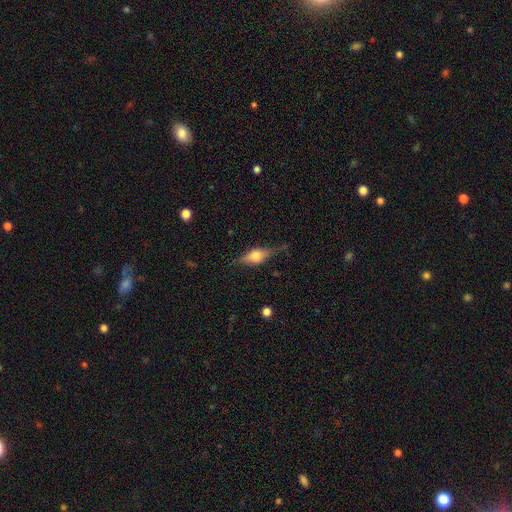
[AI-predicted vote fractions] featured or disk 59%, smooth 33%, star or artifact 8%. Down the decision tree: edge-on disk — yes (92%); edge-on bulge — rounded (92%); merging — none (75%).